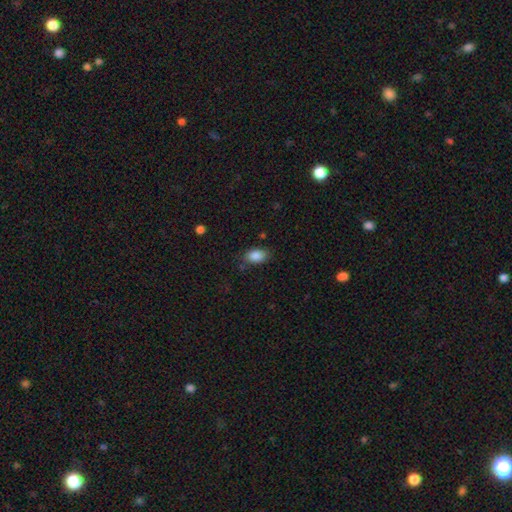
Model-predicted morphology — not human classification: A smooth galaxy with no disk features (86%) that is in between round and cigar-shaped (89%). Merging: none (79%).